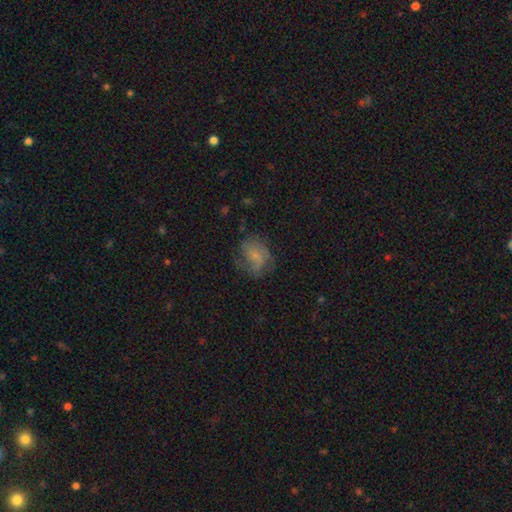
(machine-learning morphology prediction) Smooth or featured? featured or disk (52%)
Edge-on disk? no (98%)
Bar? no (66%)
Spiral arms? yes (80%)
Bulge size? small (68%)
Merging? none (56%)